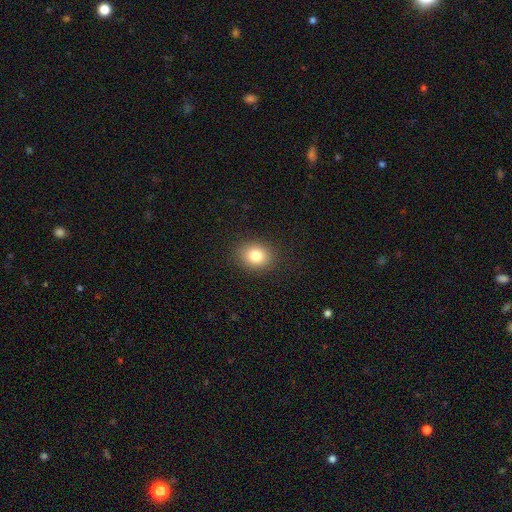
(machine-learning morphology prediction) Smooth or featured? smooth (82%)
How rounded? round (57%)
Merging? none (89%)